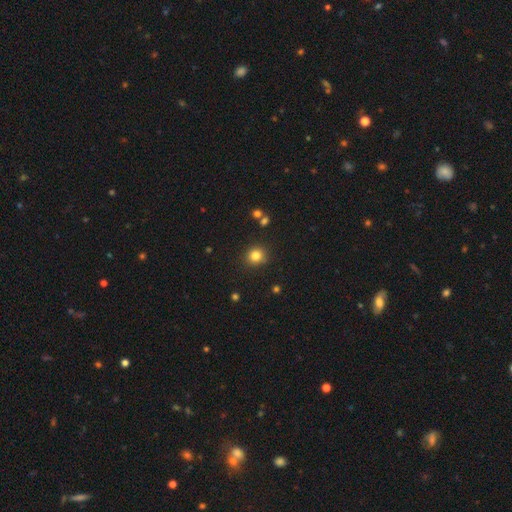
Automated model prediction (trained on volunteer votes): Smooth or featured: smooth — 83% (star or artifact — 12%)
How rounded: round — 88% (in between — 12%)
Merging: none — 88% (minor disturbance — 7%)